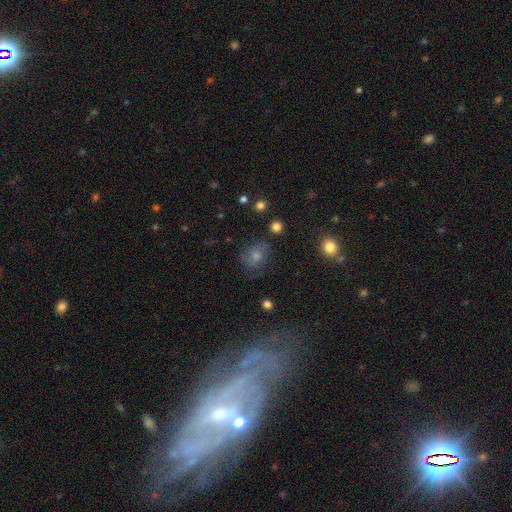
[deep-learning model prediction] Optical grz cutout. It shows a smooth galaxy with no disk features (66%) that is in between round and cigar-shaped (52%). Merging: none (64%).